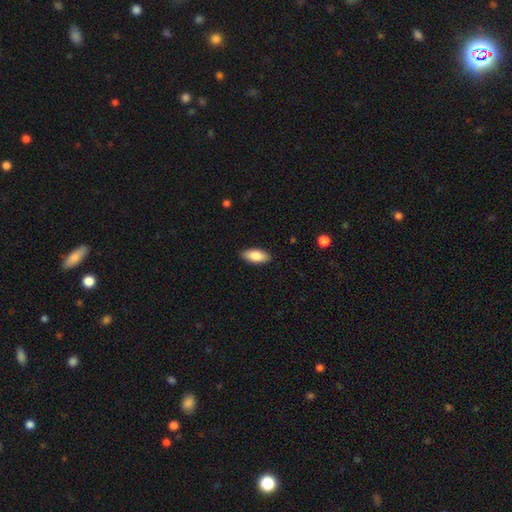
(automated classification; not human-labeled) The model was most divided on "smooth or featured": smooth: 85%, featured or disk: 9%, star or artifact: 6%. More confident: merging — none (88%); how rounded — in between (87%).